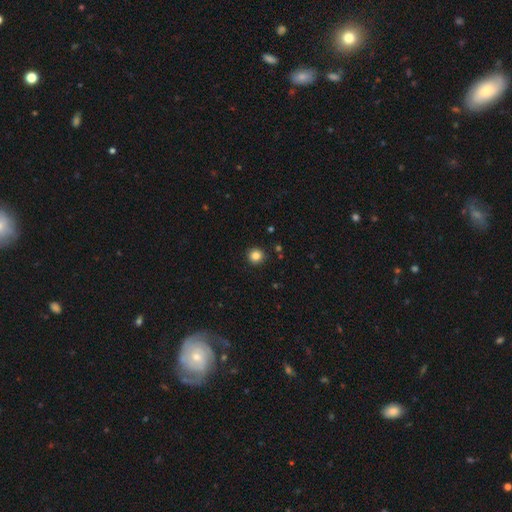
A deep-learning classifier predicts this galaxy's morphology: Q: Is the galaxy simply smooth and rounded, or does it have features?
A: smooth — 84%.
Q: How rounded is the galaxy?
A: round — 94%.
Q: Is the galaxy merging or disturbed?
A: none — 92%.